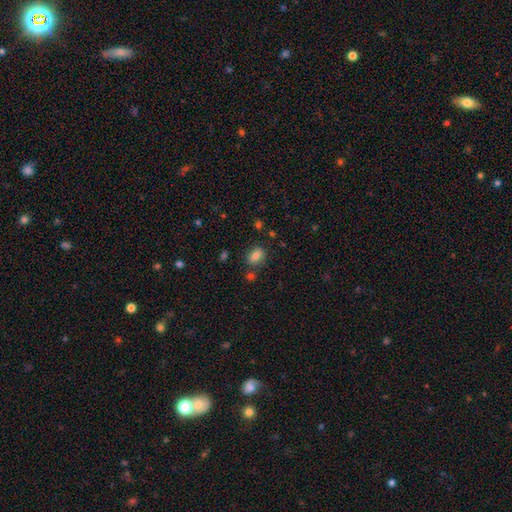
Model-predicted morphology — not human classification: smooth_or_featured: smooth (p=0.80) [alt: star or artifact p=0.11]
how_rounded: in between (p=0.63) [alt: round p=0.36]
merging: none (p=0.76) [alt: minor disturbance p=0.13]